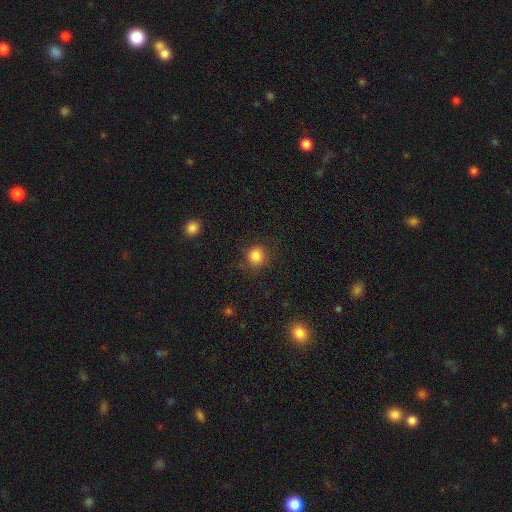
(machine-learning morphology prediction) The model was most divided on "merging": none: 83%, minor disturbance: 11%, major disturbance: 4%, merger: 2%. More confident: how rounded — round (89%); smooth or featured — smooth (84%).